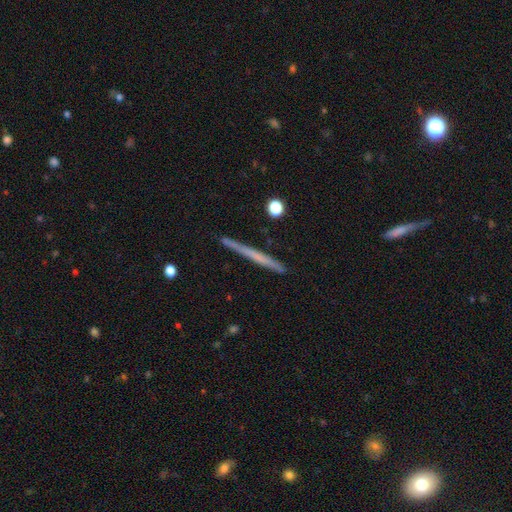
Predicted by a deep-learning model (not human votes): A featured or disk galaxy (49%). Merging: none (91%).